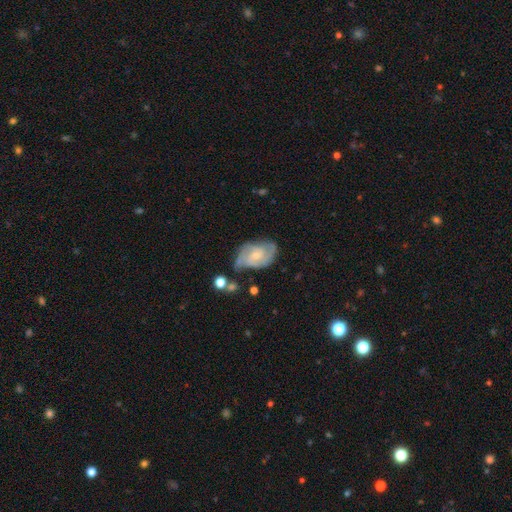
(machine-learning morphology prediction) Overall: featured or disk (75%). Edge-on disk: no (97%). Bar: no (62%; weak 33%). Spiral arms: yes (91%). Spiral arm count: 2 (56%; can't tell 22%). Spiral winding: tight (45%; medium 42%). Bulge size: small (53%; moderate 38%). Merging: none (55%; minor disturbance 29%).